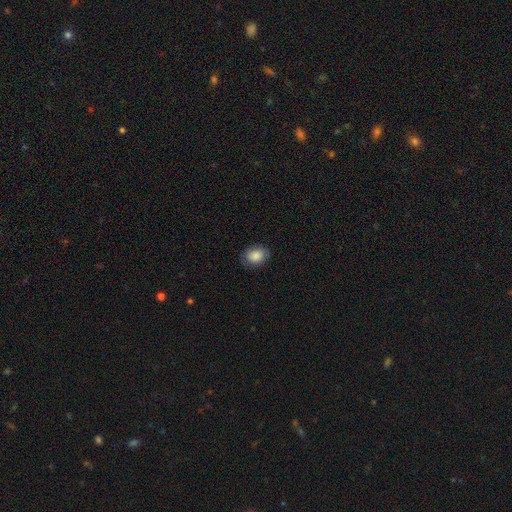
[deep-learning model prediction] smooth 86%, featured or disk 7%, star or artifact 7%. Down the decision tree: how rounded — in between (66%); merging — none (83%).